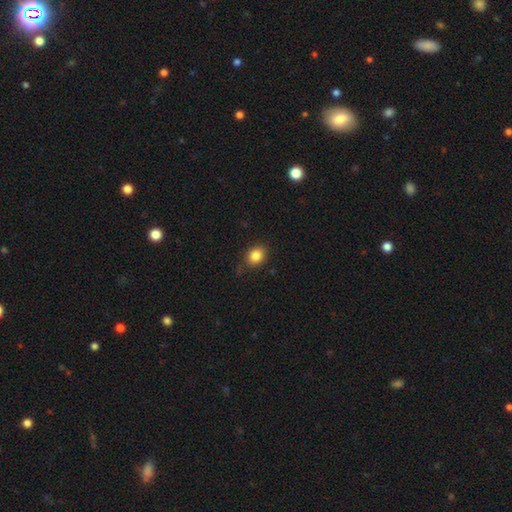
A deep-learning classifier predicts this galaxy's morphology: smooth-or-featured: smooth: 84% | star or artifact: 10% | featured or disk: 6%
  how-rounded: round: 55% | in between: 44% | cigar-shaped: 1%
  merging: none: 81% | minor disturbance: 14% | major disturbance: 3% | merger: 2%